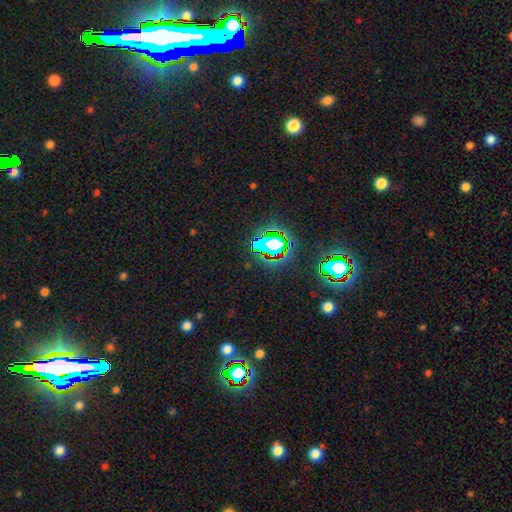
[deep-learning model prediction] Smooth or featured: star or artifact — 80% (smooth — 12%)